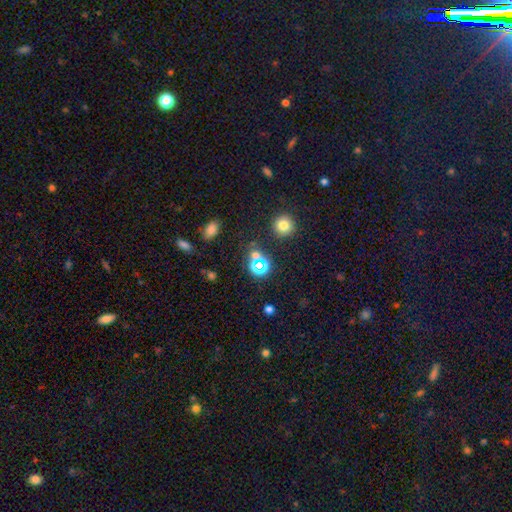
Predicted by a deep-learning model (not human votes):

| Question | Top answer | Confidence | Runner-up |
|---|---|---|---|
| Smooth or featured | star or artifact | 48% | smooth (43%) |